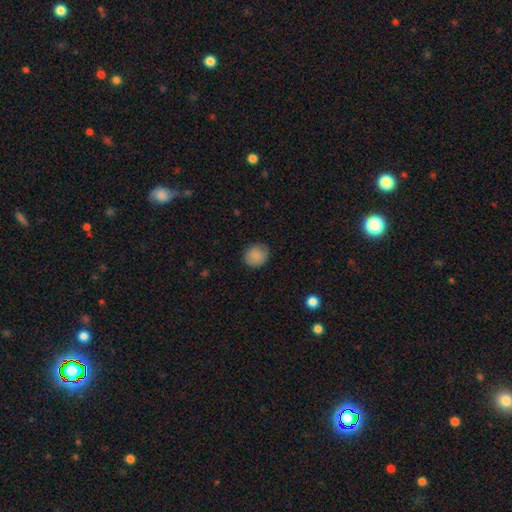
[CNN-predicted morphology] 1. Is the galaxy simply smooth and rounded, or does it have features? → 87% smooth, 8% star or artifact, 5% featured or disk.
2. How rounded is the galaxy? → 78% round, 21% in between, 1% cigar-shaped.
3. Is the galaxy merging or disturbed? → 84% none, 12% minor disturbance, 3% major disturbance, 1% merger.